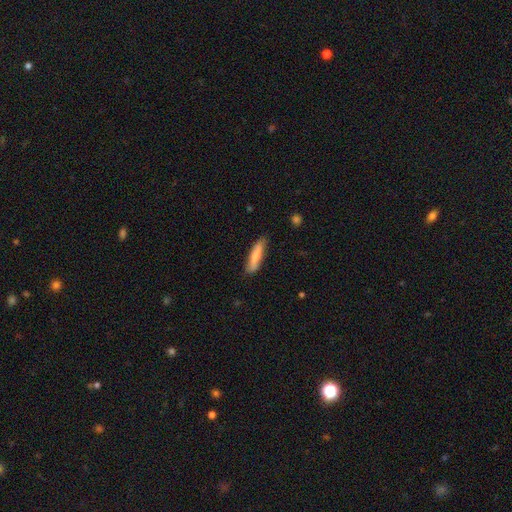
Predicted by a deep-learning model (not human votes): Smooth or featured? Predicted: smooth (p=0.72). How rounded? Predicted: cigar-shaped (p=0.78). Merging? Predicted: none (p=0.80).